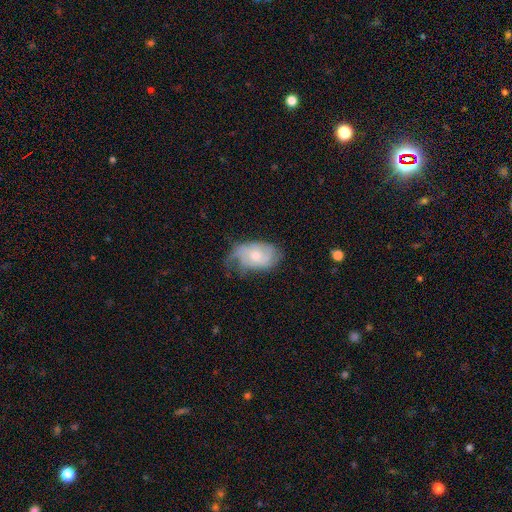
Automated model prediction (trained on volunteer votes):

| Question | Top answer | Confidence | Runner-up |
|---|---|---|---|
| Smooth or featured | featured or disk | 60% | smooth (33%) |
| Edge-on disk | no | 96% | yes (4%) |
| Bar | no | 77% | weak (21%) |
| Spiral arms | yes | 82% | no (18%) |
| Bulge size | moderate | 58% | small (34%) |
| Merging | none | 47% | minor disturbance (34%) |